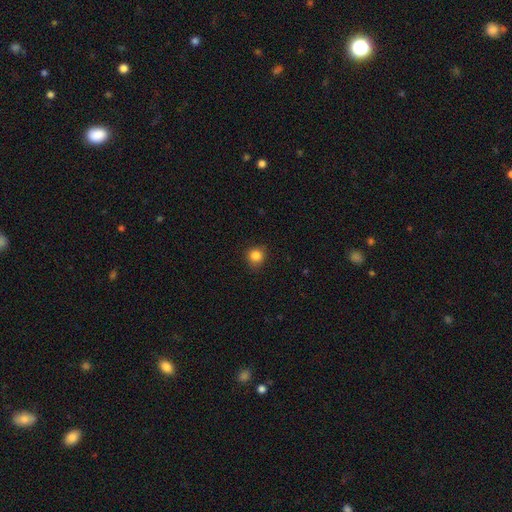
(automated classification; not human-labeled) Smooth or featured?
  - smooth: 85% *
  - star or artifact: 11%
  - featured or disk: 4%
How rounded?
  - round: 88% *
  - in between: 11%
  - cigar-shaped: 1%
Merging?
  - none: 84% *
  - minor disturbance: 12%
  - major disturbance: 3%
  - merger: 1%